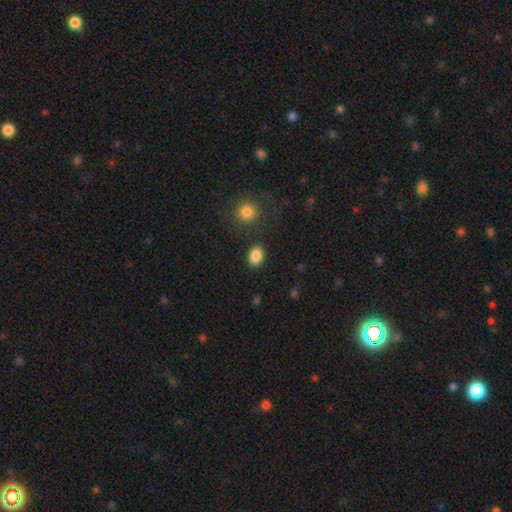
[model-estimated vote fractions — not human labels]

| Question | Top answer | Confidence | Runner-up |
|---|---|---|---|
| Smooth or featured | smooth | 87% | star or artifact (9%) |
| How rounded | in between | 74% | round (25%) |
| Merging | none | 84% | minor disturbance (9%) |